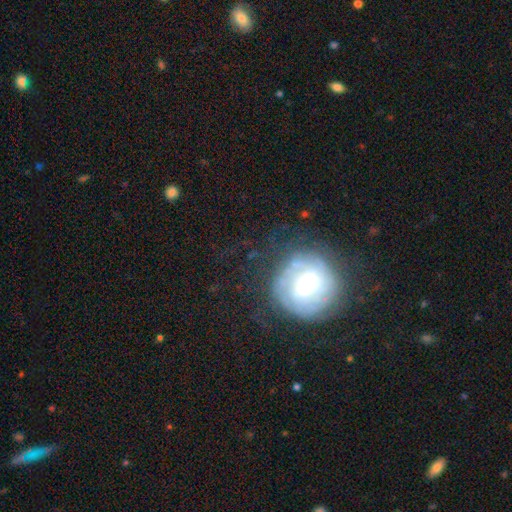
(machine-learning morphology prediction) A featured or disk galaxy (54%). Merging: none (77%).